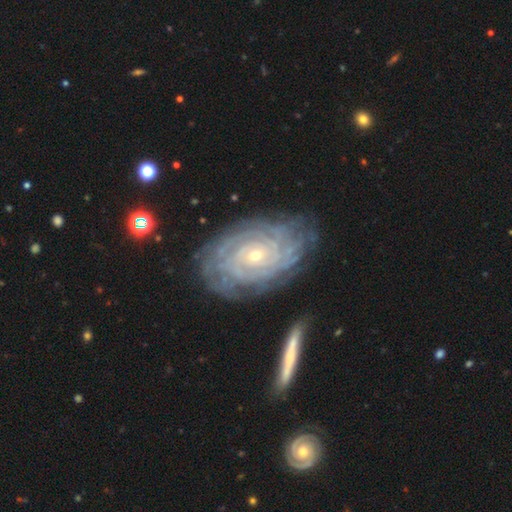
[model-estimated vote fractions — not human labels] Smooth or featured: featured or disk — 89% (smooth — 6%)
Edge-on disk: no — 96% (yes — 4%)
Bar: no — 73% (weak — 20%)
Spiral arms: yes — 97% (no — 3%)
Spiral winding: tight — 86% (medium — 11%)
Spiral arm count: can't tell — 34% (more than 4 — 19%)
Bulge size: small — 71% (moderate — 26%)
Merging: none — 76% (minor disturbance — 16%)